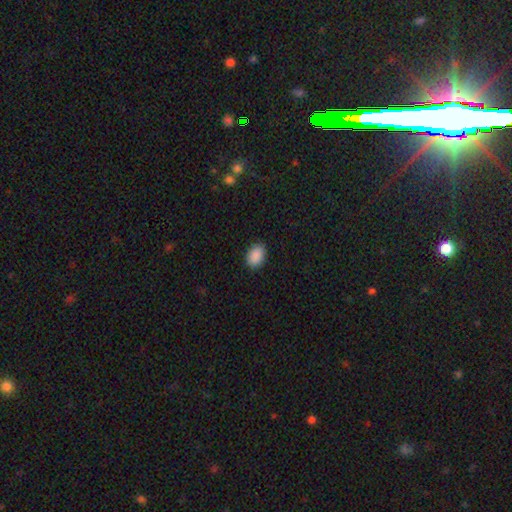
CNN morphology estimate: Smooth or featured?
  - smooth: 90% *
  - star or artifact: 7%
  - featured or disk: 3%
How rounded?
  - in between: 78% *
  - round: 21%
  - cigar-shaped: 1%
Merging?
  - none: 87% *
  - minor disturbance: 10%
  - major disturbance: 2%
  - merger: 1%